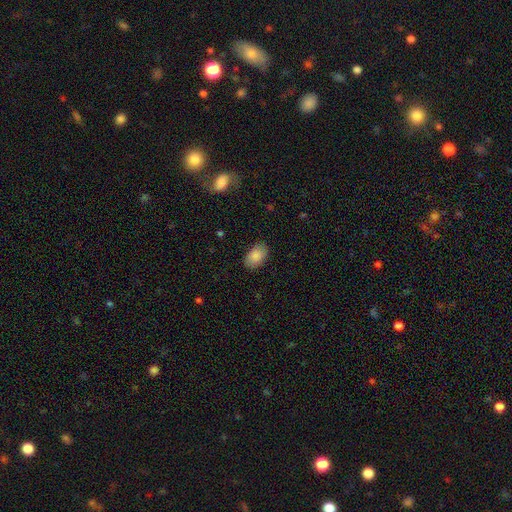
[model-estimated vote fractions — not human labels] smooth-or-featured: smooth: 87% | featured or disk: 7% | star or artifact: 6%
  how-rounded: in between: 92% | round: 7% | cigar-shaped: 1%
  merging: none: 86% | minor disturbance: 11% | major disturbance: 3% | merger: 1%